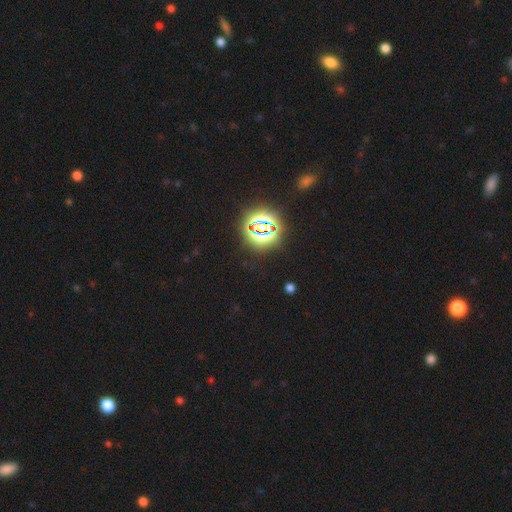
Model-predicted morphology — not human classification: Smooth or featured: star or artifact — 80% (smooth — 14%)